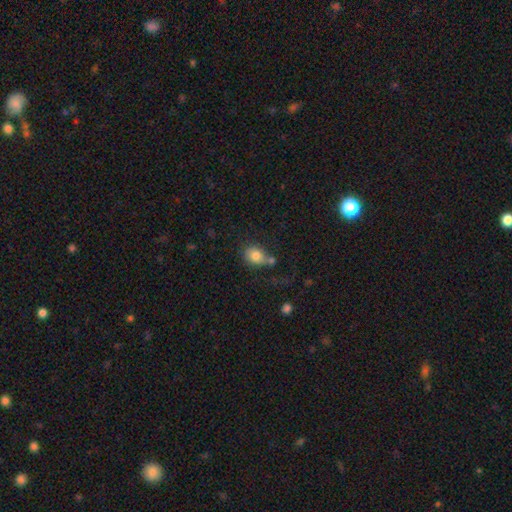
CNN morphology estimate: type=smooth (79%); roundness=round (51%); merging=none (45%).